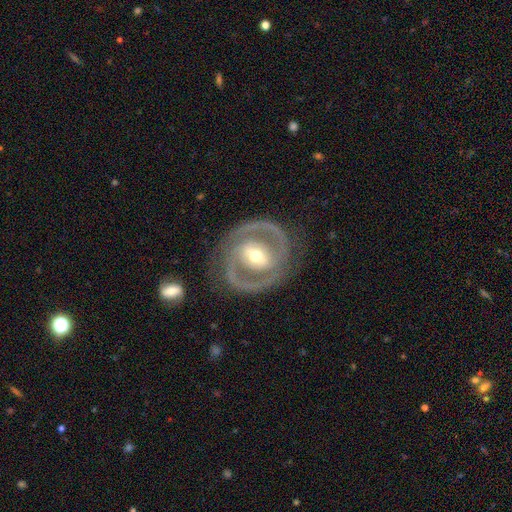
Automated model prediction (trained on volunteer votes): This appears to be a featured or disk galaxy (85%) with a strong bar (37%), 2 (86%) tight (44%) spiral arms (82%) and a moderate central bulge (61%). Merging: none (81%).